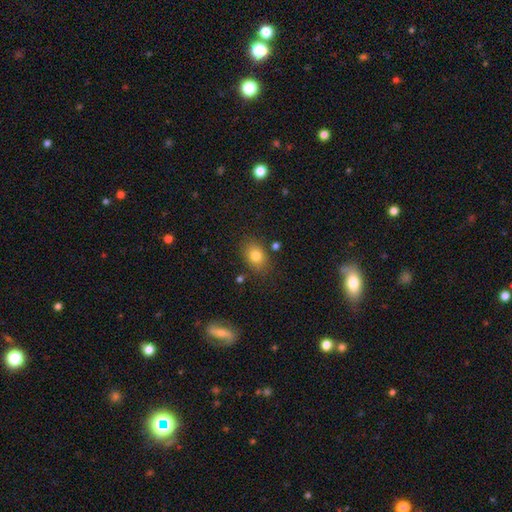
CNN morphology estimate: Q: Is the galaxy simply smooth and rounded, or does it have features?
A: smooth — 80%.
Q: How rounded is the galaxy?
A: in between — 70%.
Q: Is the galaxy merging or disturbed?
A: none — 80%.